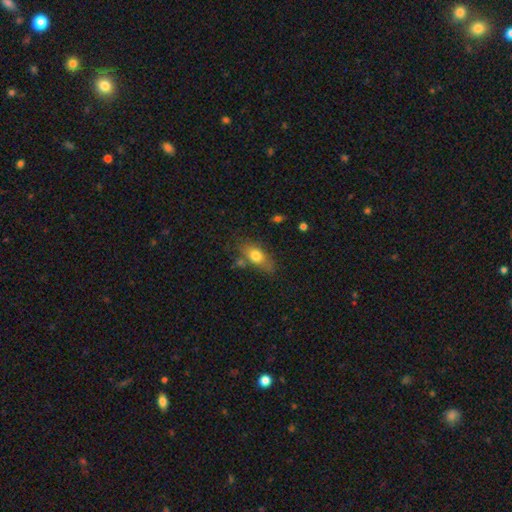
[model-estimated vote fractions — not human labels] Smooth or featured?
  - smooth: 74% *
  - featured or disk: 18%
  - star or artifact: 8%
How rounded?
  - in between: 81% *
  - round: 11%
  - cigar-shaped: 8%
Merging?
  - none: 62% *
  - minor disturbance: 23%
  - merger: 8%
  - major disturbance: 7%